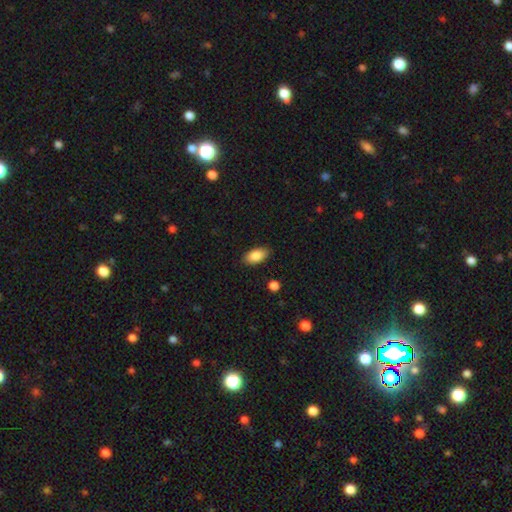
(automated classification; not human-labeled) This is clearly a smooth galaxy (87%). How rounded: clearly in between (93%). Merging: clearly none (87%).